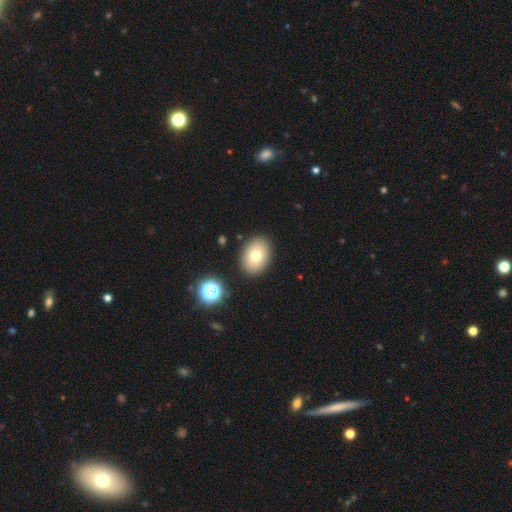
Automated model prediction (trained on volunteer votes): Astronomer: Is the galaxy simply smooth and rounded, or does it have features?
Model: smooth — 75%.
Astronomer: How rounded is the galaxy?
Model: in between — 75%.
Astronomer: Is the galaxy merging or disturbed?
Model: none — 88%.